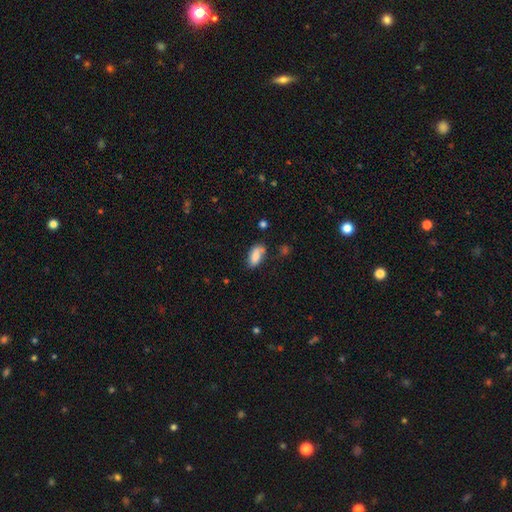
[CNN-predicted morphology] Smooth or featured? smooth (78%)
How rounded? in between (89%)
Merging? none (58%)